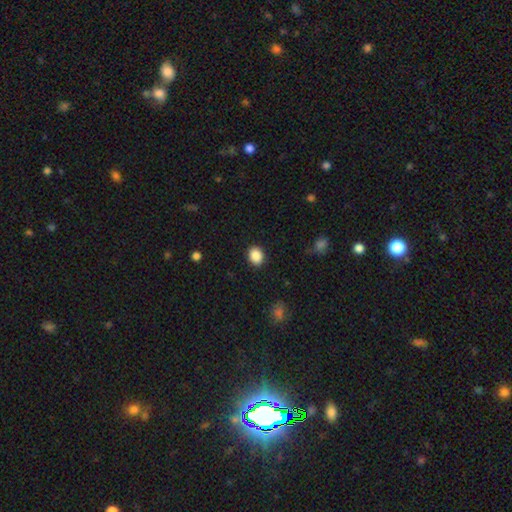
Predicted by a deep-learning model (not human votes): The model was most divided on "how rounded": round: 56%, in between: 43%, cigar-shaped: 1%. More confident: merging — none (89%); smooth or featured — smooth (88%).